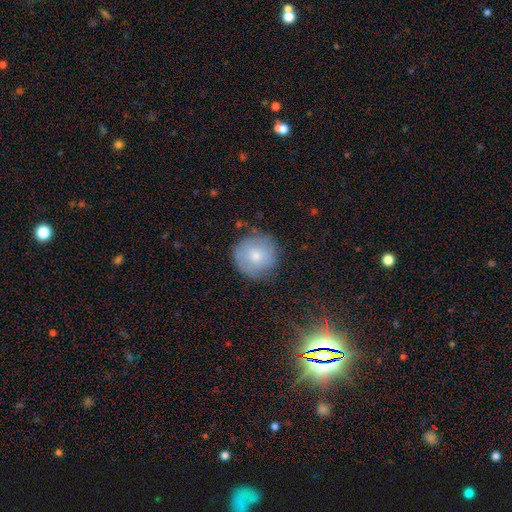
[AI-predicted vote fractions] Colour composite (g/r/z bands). It shows a smooth galaxy with no disk features (69%) that is round (95%). Merging: none (78%).